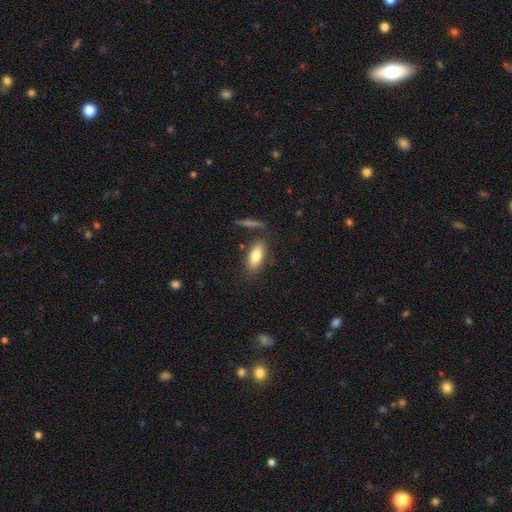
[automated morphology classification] Smooth or featured? smooth (80%)
How rounded? in between (83%)
Merging? none (78%)